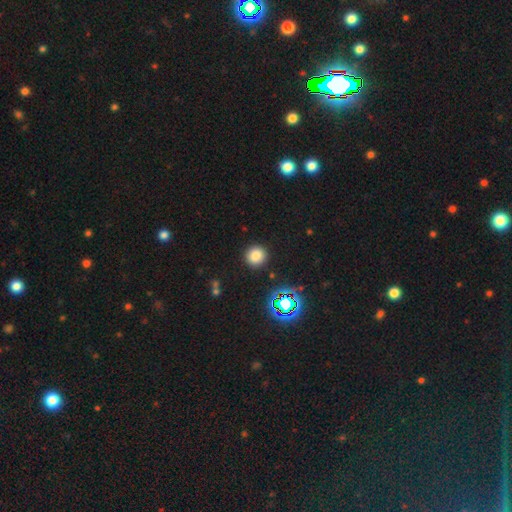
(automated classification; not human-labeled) A smooth galaxy with no disk features (78%) that is round (92%). Merging: none (90%).